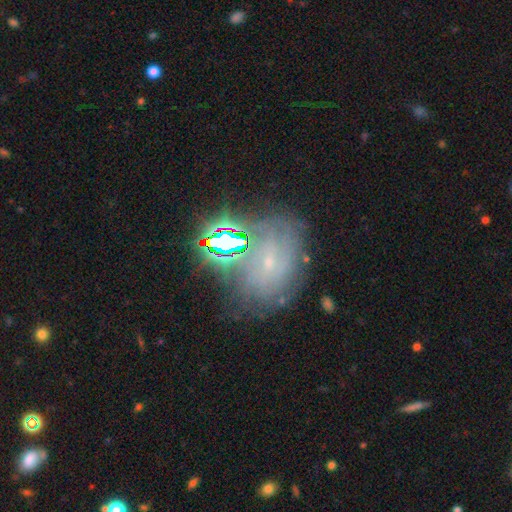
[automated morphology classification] Overall: featured or disk (49%; star or artifact 32%). Merging: none (64%).